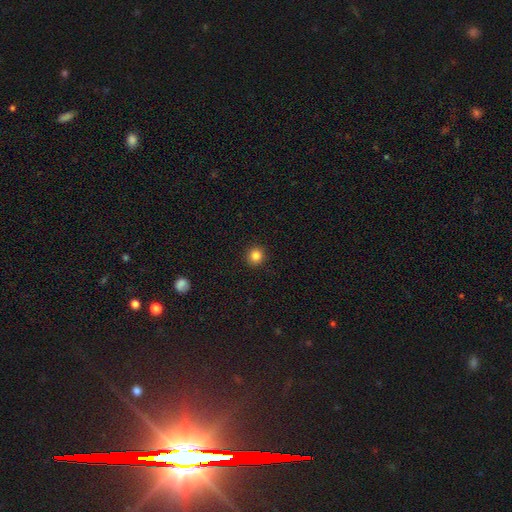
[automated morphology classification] A smooth galaxy with no disk features (84%) that is round (93%).

Vote fractions:
- Smooth or featured? smooth: 84% / star or artifact: 12% / featured or disk: 4%
- How rounded? round: 93% / in between: 6% / cigar-shaped: 1%
- Merging? none: 93% / minor disturbance: 5% / major disturbance: 2% / merger: 1%